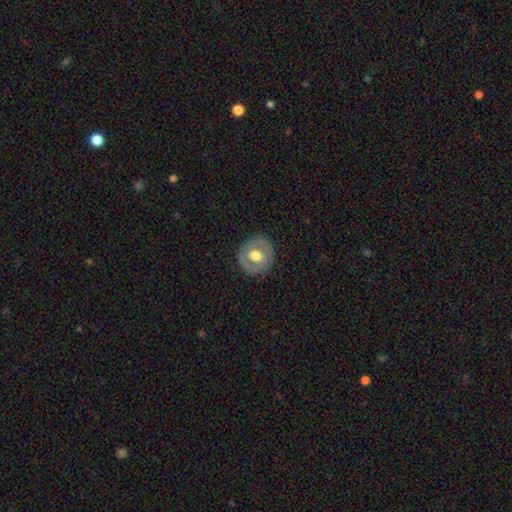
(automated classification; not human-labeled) This appears to be a smooth galaxy with no disk features (48%). Merging: none (86%).